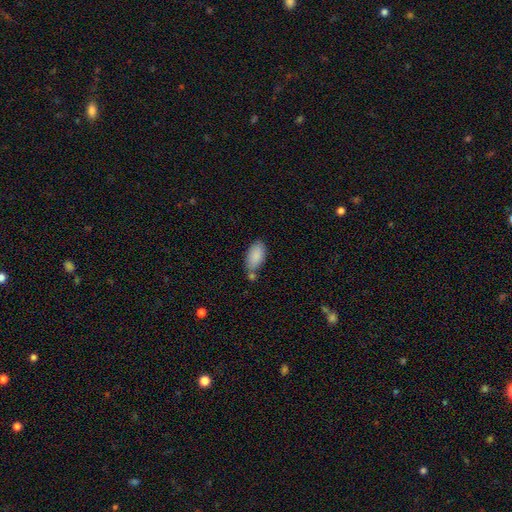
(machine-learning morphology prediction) The model was most divided on "merging": none: 56%, minor disturbance: 20%, merger: 19%, major disturbance: 5%. More confident: how rounded — in between (94%); smooth or featured — smooth (87%).